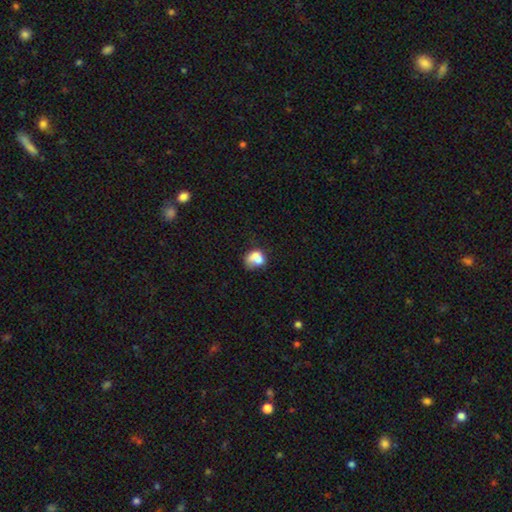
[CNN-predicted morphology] A smooth galaxy with no disk features (67%) that is in between round and cigar-shaped (50%).

Vote fractions:
- Smooth or featured? smooth: 67% / featured or disk: 23% / star or artifact: 10%
- How rounded? in between: 50% / round: 49% / cigar-shaped: 1%
- Merging? merger: 40% / none: 25% / minor disturbance: 18% / major disturbance: 17%